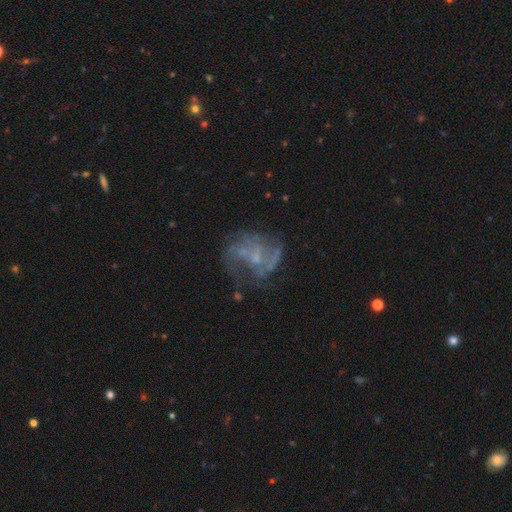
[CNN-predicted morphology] Smooth or featured: featured or disk — 71% (star or artifact — 15%)
Edge-on disk: no — 98% (yes — 2%)
Bar: no — 65% (weak — 29%)
Spiral arms: yes — 70% (no — 30%)
Bulge size: small — 58% (none — 26%)
Merging: none — 53% (major disturbance — 23%)